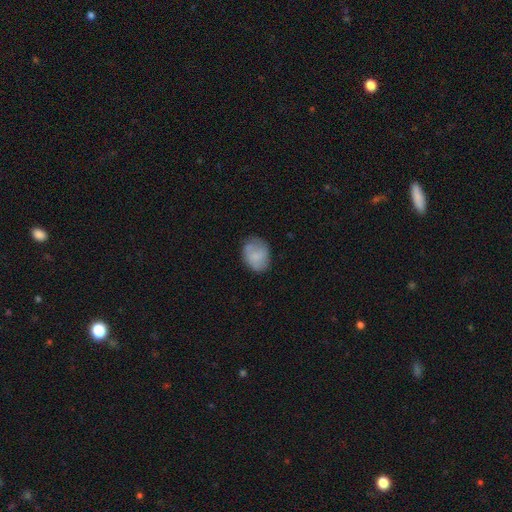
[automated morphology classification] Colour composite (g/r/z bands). It shows a smooth galaxy with no disk features (76%) that is in between round and cigar-shaped (57%). Merging: none (69%).